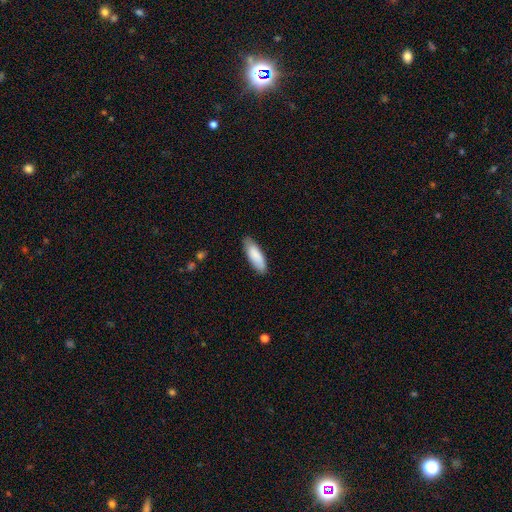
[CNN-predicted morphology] The model was most divided on "how rounded": in between: 64%, cigar-shaped: 34%, round: 1%. More confident: smooth or featured — smooth (87%); merging — none (78%).